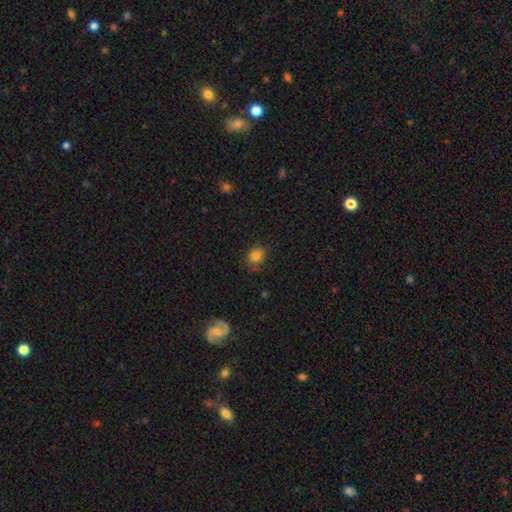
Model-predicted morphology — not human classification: This appears to be a smooth galaxy with no disk features (82%) that is round (57%). Merging: none (77%).